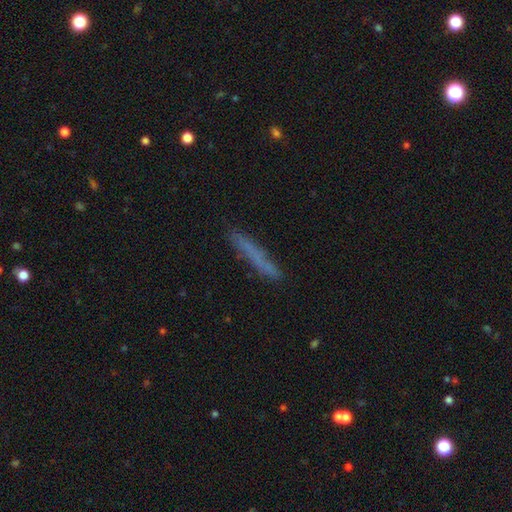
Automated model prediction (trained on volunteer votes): Overall: smooth (64%; featured or disk 27%). How rounded: cigar-shaped (95%). Merging: none (84%).